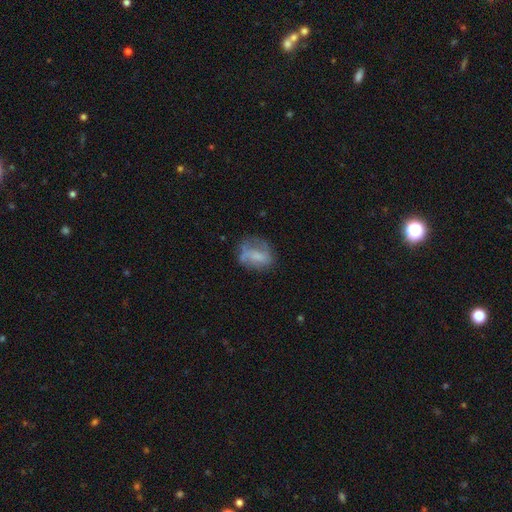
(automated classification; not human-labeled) This is possibly a smooth galaxy (48%). Merging: possibly none (47%).